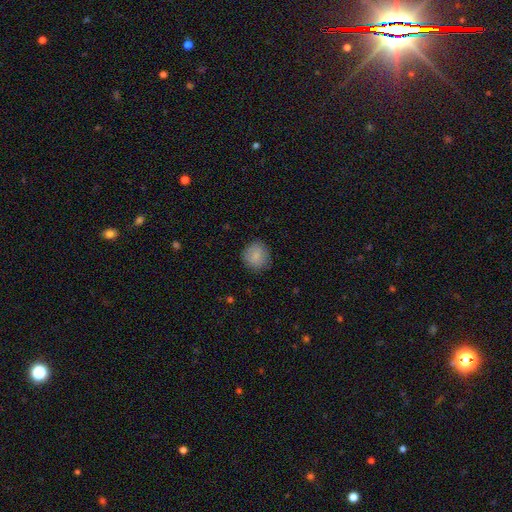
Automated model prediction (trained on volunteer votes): smooth 85%, star or artifact 8%, featured or disk 7%. Down the decision tree: how rounded — round (88%); merging — none (84%).